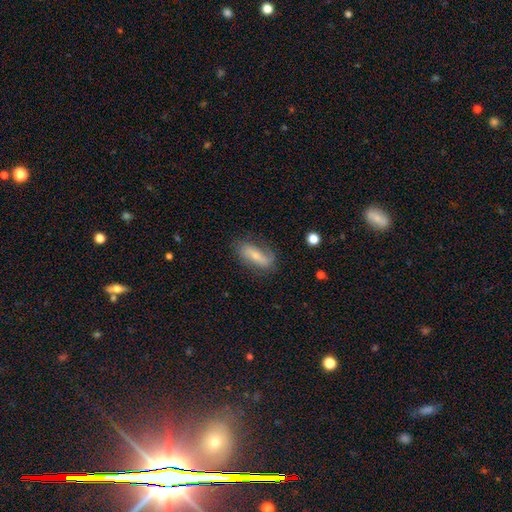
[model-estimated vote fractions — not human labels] smooth 53%, featured or disk 40%, star or artifact 8%. Down the decision tree: how rounded — in between (69%); merging — none (70%).